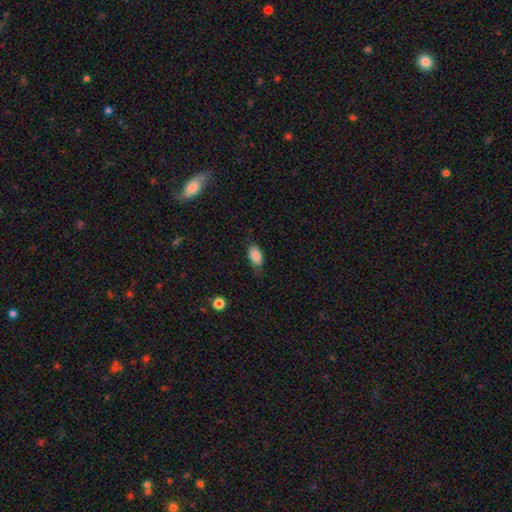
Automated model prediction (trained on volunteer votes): smooth_or_featured: smooth (p=0.82) [alt: featured or disk p=0.10]
how_rounded: in between (p=0.91) [alt: round p=0.06]
merging: none (p=0.68) [alt: minor disturbance p=0.25]